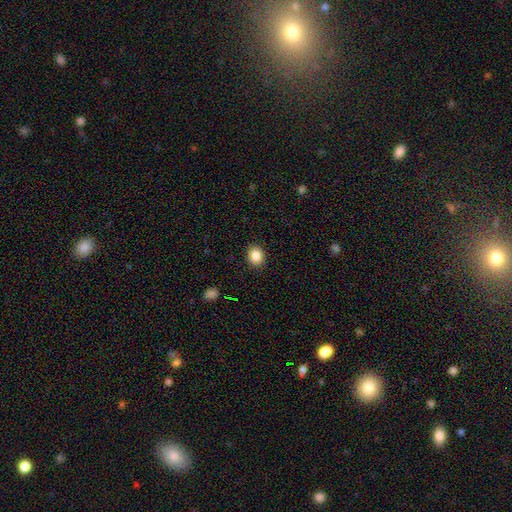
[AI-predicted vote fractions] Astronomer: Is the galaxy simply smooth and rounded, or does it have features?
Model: smooth — 86%.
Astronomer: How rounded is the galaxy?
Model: round — 58% (runner-up: in between, 41%).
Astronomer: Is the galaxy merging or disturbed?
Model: none — 90%.